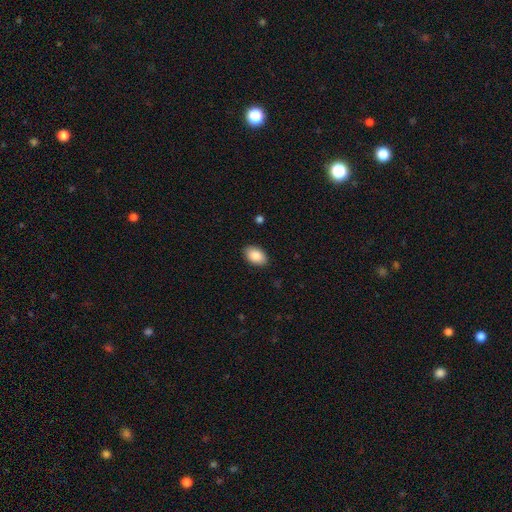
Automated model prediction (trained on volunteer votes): Overall: smooth (88%). How rounded: in between (91%). Merging: none (88%).